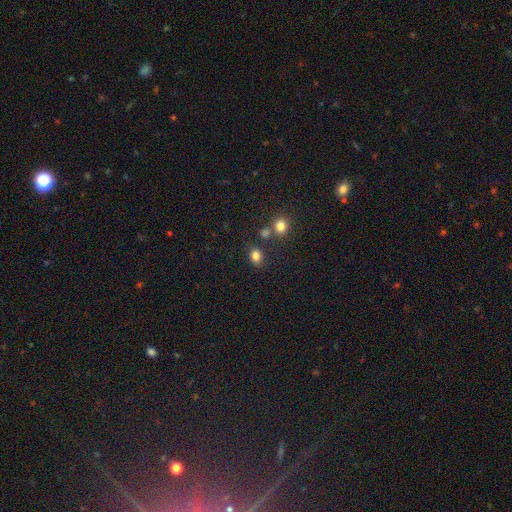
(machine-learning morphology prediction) Smooth or featured? smooth (82%)
How rounded? in between (52%)
Merging? none (74%)